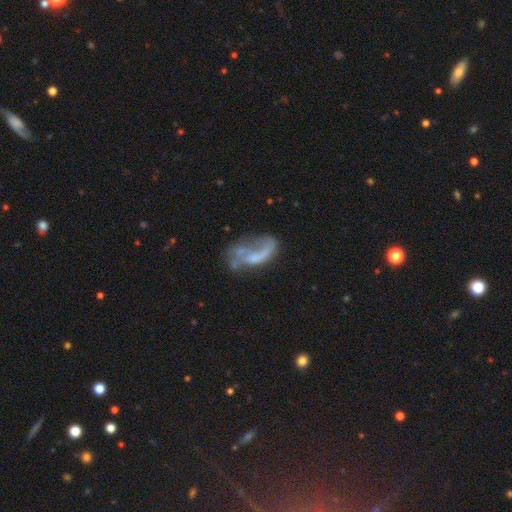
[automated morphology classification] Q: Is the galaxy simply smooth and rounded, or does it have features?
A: featured or disk — 62%.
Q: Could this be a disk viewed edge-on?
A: no — 96%.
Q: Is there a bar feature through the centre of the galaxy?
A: no — 69%.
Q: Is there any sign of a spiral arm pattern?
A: yes — 51%.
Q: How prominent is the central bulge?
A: none — 52%.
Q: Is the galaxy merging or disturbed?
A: major disturbance — 35%.